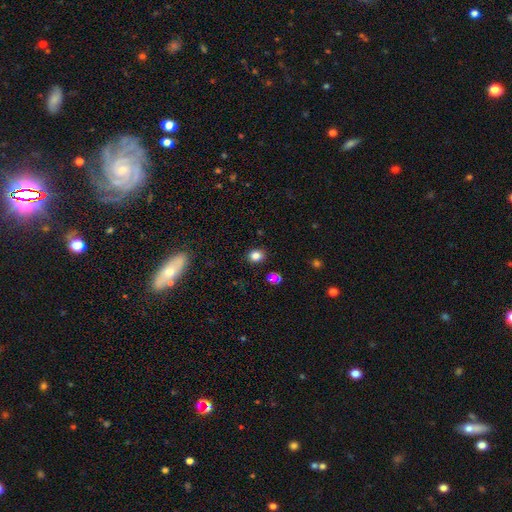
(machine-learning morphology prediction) A smooth galaxy with no disk features (82%) that is round (58%).

Vote fractions:
- Smooth or featured? smooth: 82% / star or artifact: 13% / featured or disk: 6%
- How rounded? round: 58% / in between: 41% / cigar-shaped: 1%
- Merging? none: 88% / minor disturbance: 8% / major disturbance: 2% / merger: 2%